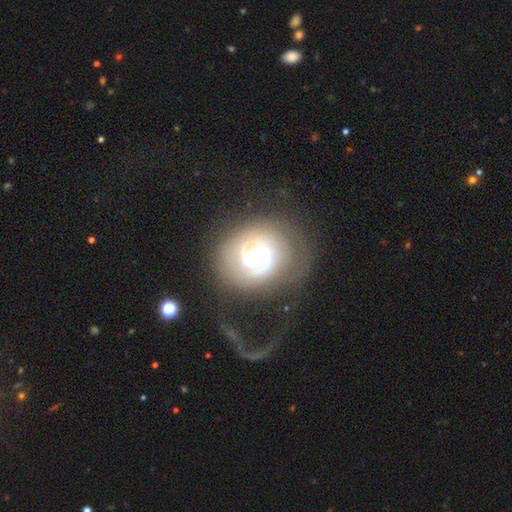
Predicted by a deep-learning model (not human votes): This is clearly a featured or disk galaxy (82%). It is clearly not viewed edge-on (98%). Bar: marginally weak (45%). Spiral arm pattern: clearly yes (91%). Spiral arm count: likely 2 (63%). Spiral winding: possibly tight (49%). Central bulge: possibly moderate (50%). Merging: likely none (61%).